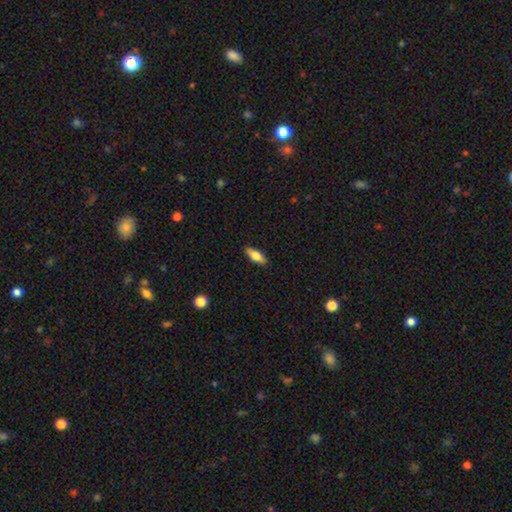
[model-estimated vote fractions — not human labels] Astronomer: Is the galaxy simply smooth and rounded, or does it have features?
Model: smooth — 69%.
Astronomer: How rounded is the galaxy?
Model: in between — 66%.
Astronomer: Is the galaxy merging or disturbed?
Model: none — 87%.